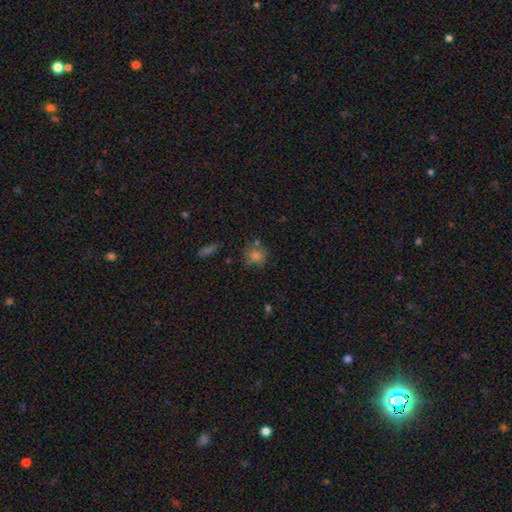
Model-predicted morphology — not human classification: Overall: smooth (73%). How rounded: round (86%). Merging: none (72%).